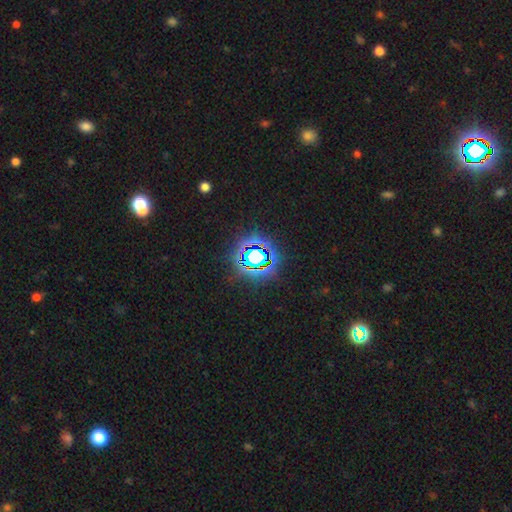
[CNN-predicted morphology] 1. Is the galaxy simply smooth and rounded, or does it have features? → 76% star or artifact, 15% smooth, 9% featured or disk.